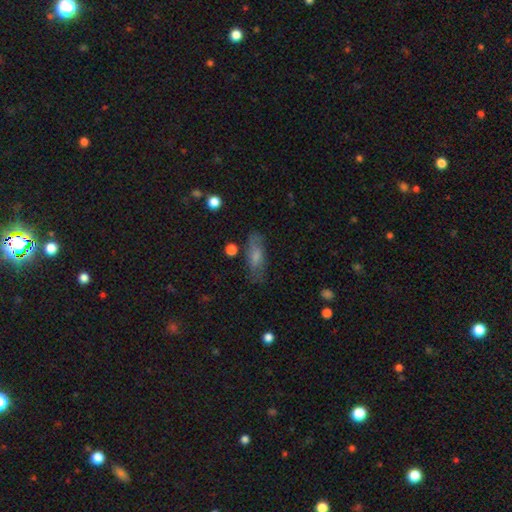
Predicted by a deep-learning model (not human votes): This appears to be a smooth galaxy with no disk features (65%) that is in between round and cigar-shaped (66%). Merging: none (72%).